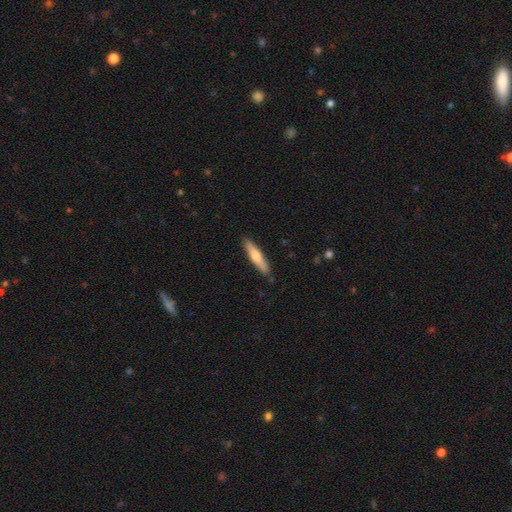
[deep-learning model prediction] A smooth galaxy with no disk features (57%) that is cigar-shaped (85%). Merging: none (88%).